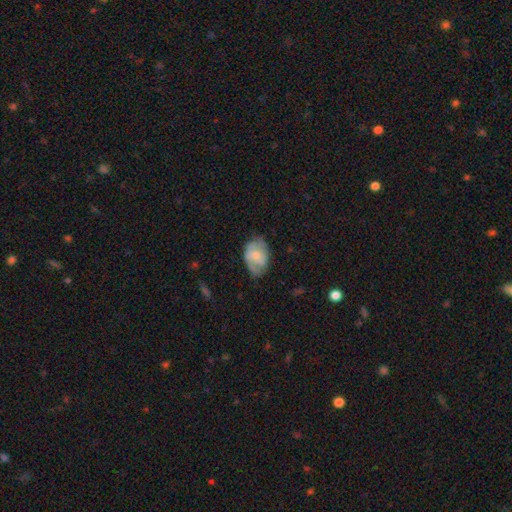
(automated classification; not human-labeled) Morphology: type=featured or disk (51%); edge-on=no (96%); merging=none (60%).